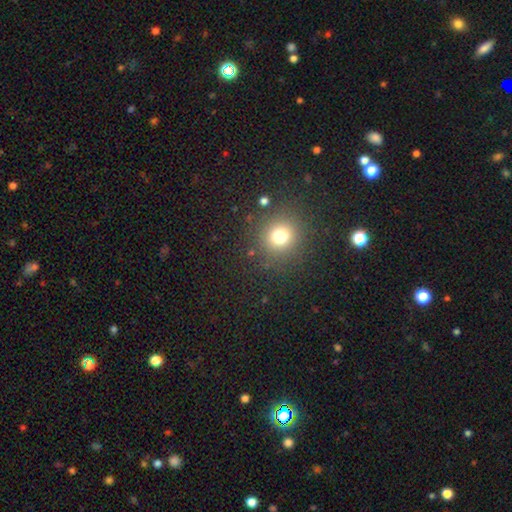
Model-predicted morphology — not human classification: Overall: smooth (58%; star or artifact 36%). How rounded: round (93%). Merging: none (91%).